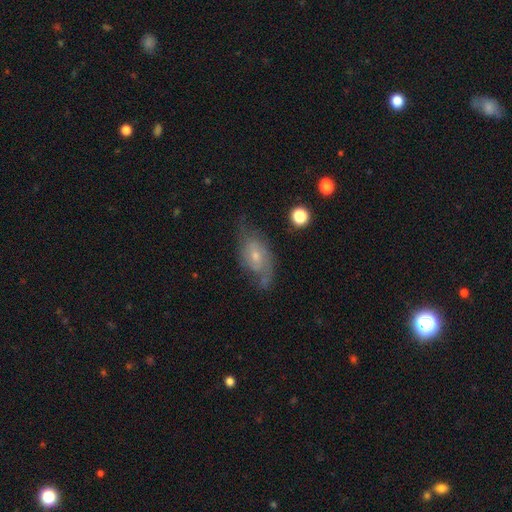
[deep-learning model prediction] smooth-or-featured: featured or disk: 67% | smooth: 25% | star or artifact: 8%
  disk-edge-on: no: 93% | yes: 7%
    bar: no: 62% | weak: 33% | strong: 5%
    has-spiral-arms: yes: 83% | no: 17%
      spiral-winding: medium: 43% | loose: 29% | tight: 28%
      spiral-arm-count: 2: 61% | can't tell: 22% | 1: 11% | 3: 3% | 4: 2% | more than 4: 2%
    bulge-size: small: 58% | moderate: 36% | none: 3% | large: 2% | dominant: 1%
  merging: none: 54% | minor disturbance: 27% | major disturbance: 16% | merger: 3%